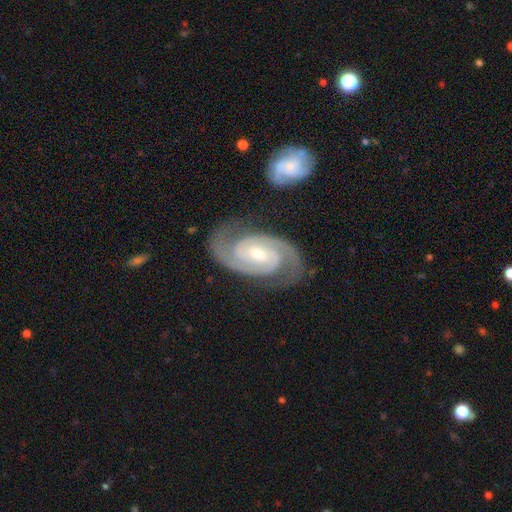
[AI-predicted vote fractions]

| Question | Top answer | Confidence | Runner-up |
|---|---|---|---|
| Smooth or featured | featured or disk | 91% | star or artifact (5%) |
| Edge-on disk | no | 97% | yes (3%) |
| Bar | no | 41% | weak (38%) |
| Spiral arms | yes | 98% | no (2%) |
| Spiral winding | tight | 62% | medium (33%) |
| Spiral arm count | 2 | 92% | can't tell (2%) |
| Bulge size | moderate | 51% | small (44%) |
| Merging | none | 81% | minor disturbance (11%) |